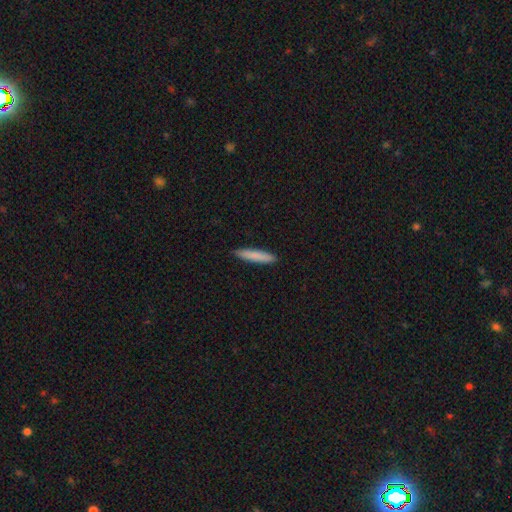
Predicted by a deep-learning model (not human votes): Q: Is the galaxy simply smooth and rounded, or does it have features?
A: smooth — 84%.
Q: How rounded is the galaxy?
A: cigar-shaped — 91%.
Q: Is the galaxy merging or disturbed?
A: none — 91%.